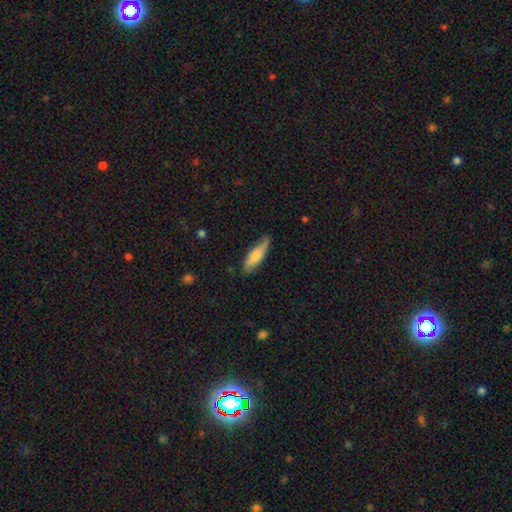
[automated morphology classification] Overall: smooth (69%). How rounded: cigar-shaped (55%; in between 44%). Merging: none (71%).